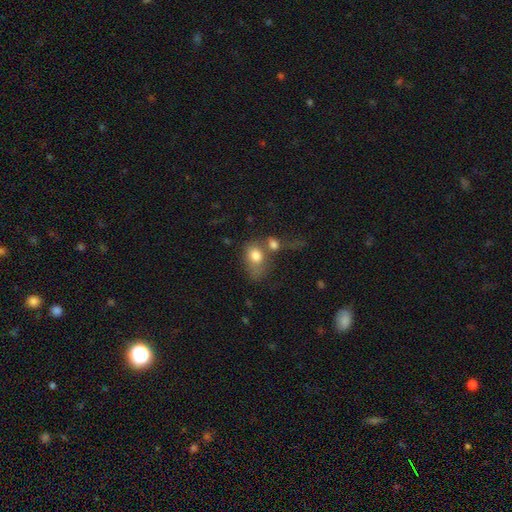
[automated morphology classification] This appears to be a smooth galaxy with no disk features (77%) that is in between round and cigar-shaped (73%). Merging: merger (48%).